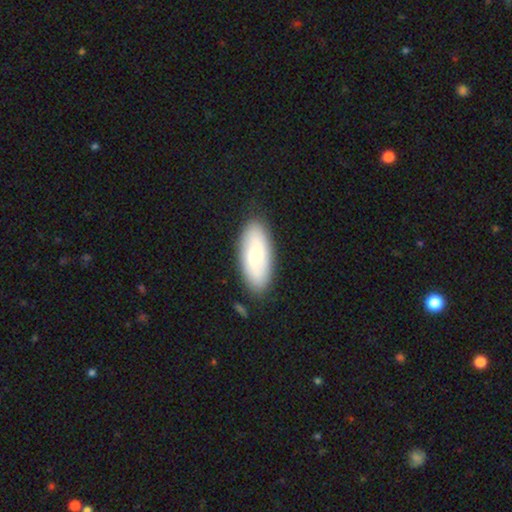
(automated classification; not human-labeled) A smooth galaxy with no disk features (64%) that is in between round and cigar-shaped (85%). Merging: none (86%).